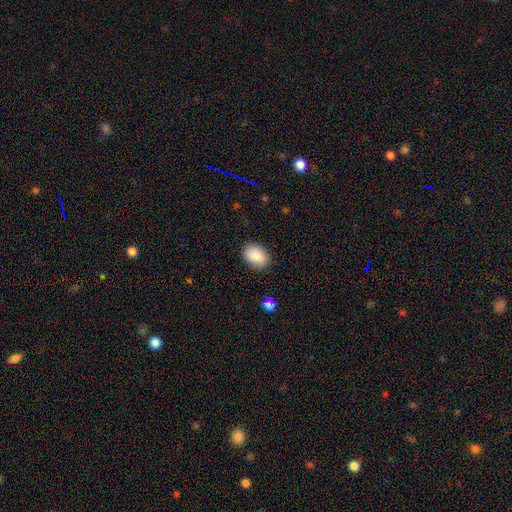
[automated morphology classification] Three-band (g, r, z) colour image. It shows a smooth galaxy with no disk features (87%) that is in between round and cigar-shaped (78%). Merging: none (84%).